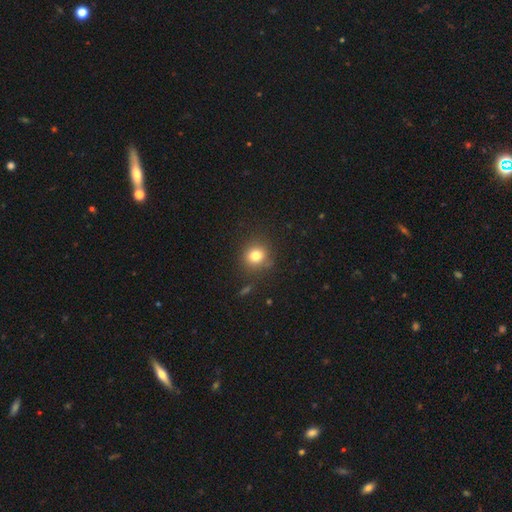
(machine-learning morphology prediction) Smooth or featured? smooth (80%)
How rounded? round (86%)
Merging? none (83%)